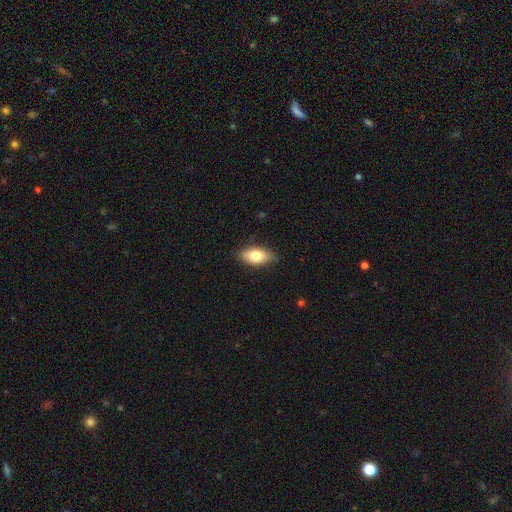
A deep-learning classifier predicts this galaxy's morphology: The model was most divided on "smooth or featured": smooth: 78%, featured or disk: 15%, star or artifact: 7%. More confident: how rounded — in between (90%); merging — none (80%).